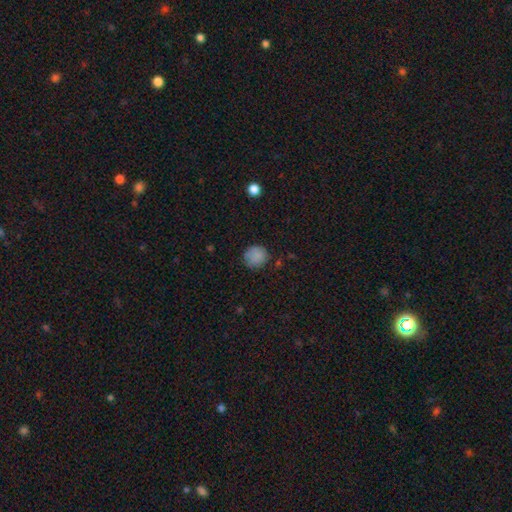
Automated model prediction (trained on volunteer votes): This appears to be a smooth galaxy with no disk features (84%) that is round (89%). Merging: none (79%).